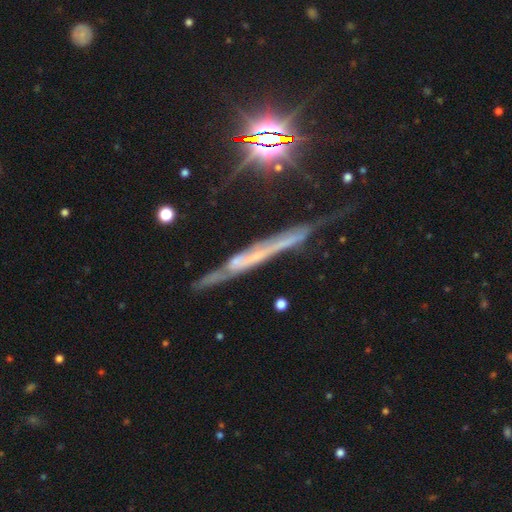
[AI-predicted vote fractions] Smooth or featured? Predicted: featured or disk (p=0.62). Edge-on disk? Predicted: yes (p=0.89). Edge-on bulge? Predicted: none (p=0.76). Merging? Predicted: none (p=0.58).